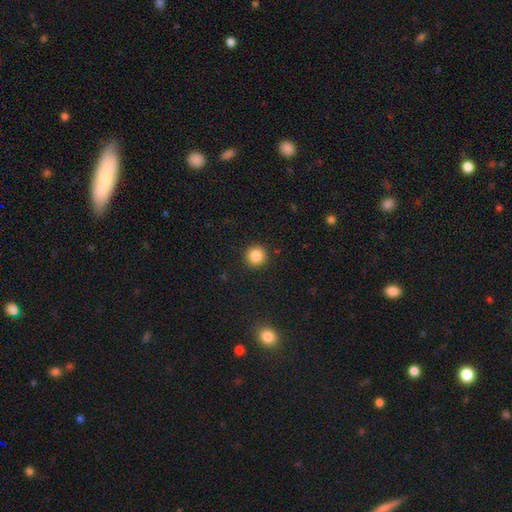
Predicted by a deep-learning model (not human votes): This appears to be a smooth galaxy with no disk features (85%) that is round (95%). Merging: none (92%).